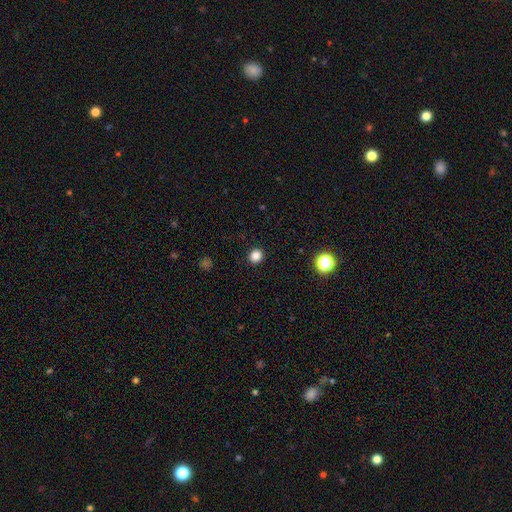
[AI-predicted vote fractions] smooth 84%, star or artifact 13%, featured or disk 3%. Down the decision tree: how rounded — round (87%); merging — none (92%).